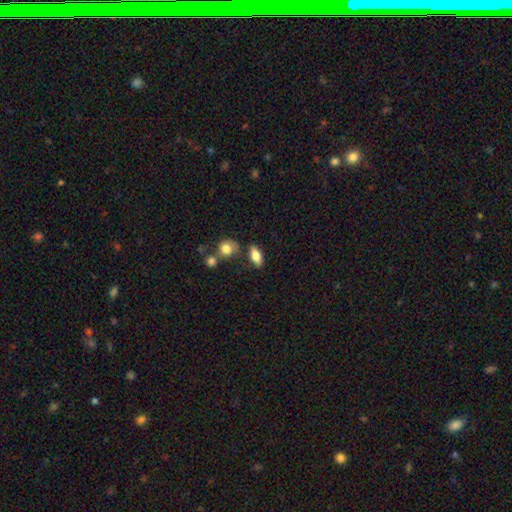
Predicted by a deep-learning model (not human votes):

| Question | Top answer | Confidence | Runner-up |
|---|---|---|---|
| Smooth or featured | smooth | 79% | featured or disk (13%) |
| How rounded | in between | 84% | cigar-shaped (9%) |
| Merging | none | 71% | minor disturbance (14%) |